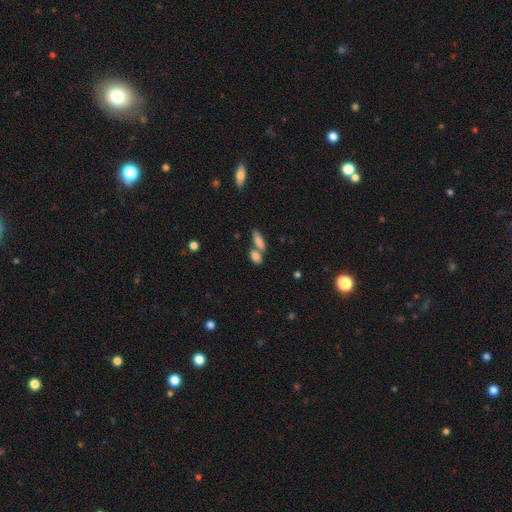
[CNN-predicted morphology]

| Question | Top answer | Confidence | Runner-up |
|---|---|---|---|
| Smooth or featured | smooth | 82% | featured or disk (10%) |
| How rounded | in between | 79% | cigar-shaped (12%) |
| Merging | merger | 47% | none (41%) |